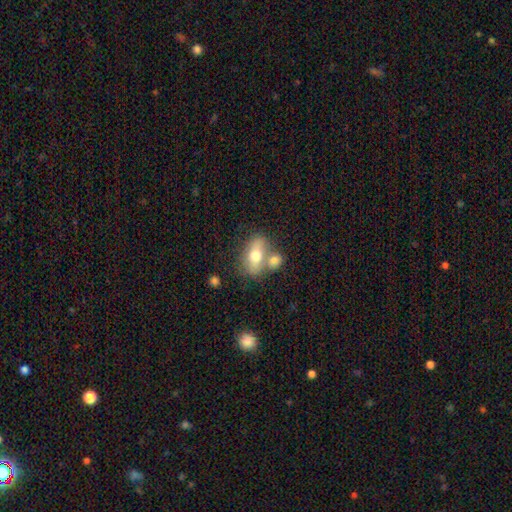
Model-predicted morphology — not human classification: type=smooth (64%); roundness=in between (81%); merging=none (49%).